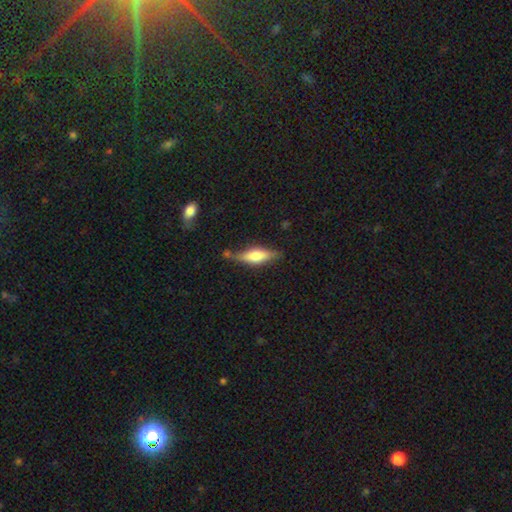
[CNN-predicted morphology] The model was most divided on "how rounded": in between: 50%, cigar-shaped: 47%, round: 3%. More confident: merging — none (69%); smooth or featured — smooth (52%).